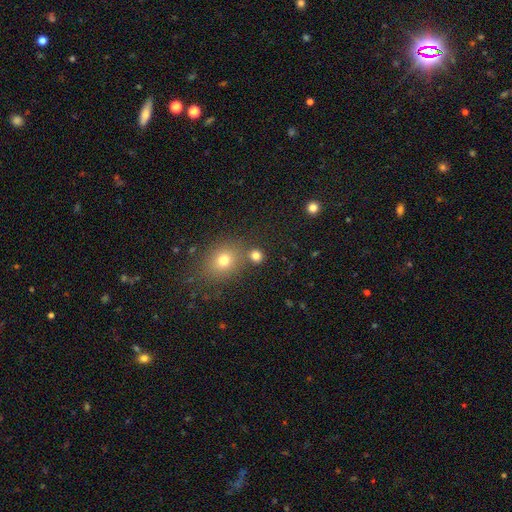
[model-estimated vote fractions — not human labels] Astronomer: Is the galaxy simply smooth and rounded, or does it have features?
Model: smooth — 77%.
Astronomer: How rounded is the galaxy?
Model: round — 83%.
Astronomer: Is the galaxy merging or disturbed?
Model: none — 73%.